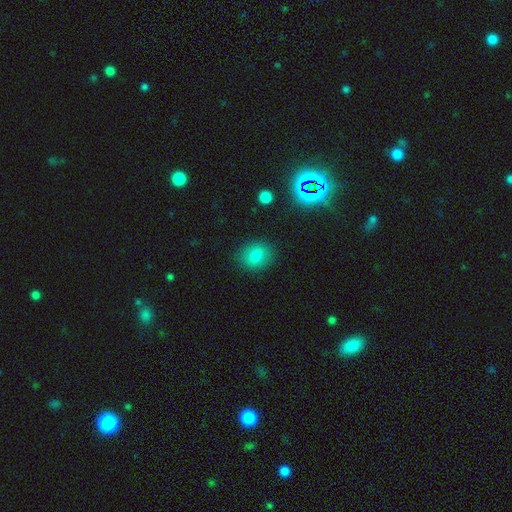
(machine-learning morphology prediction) smooth 80%, star or artifact 12%, featured or disk 9%. Down the decision tree: how rounded — round (60%); merging — none (85%).